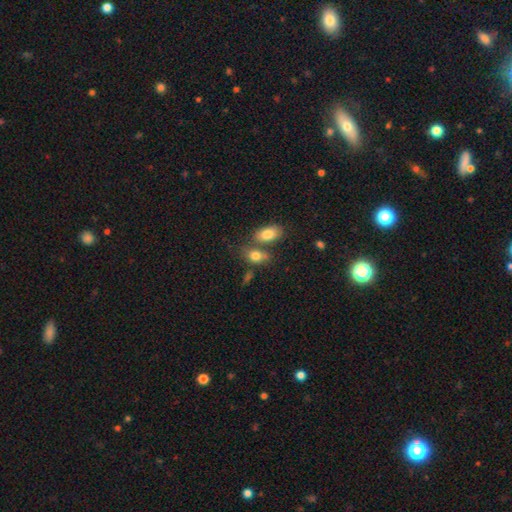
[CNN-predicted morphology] Q: Smooth or featured?
A: smooth (81%); runner-up: featured or disk (11%)
Q: How rounded?
A: in between (78%); runner-up: round (19%)
Q: Merging?
A: none (42%); runner-up: merger (40%)